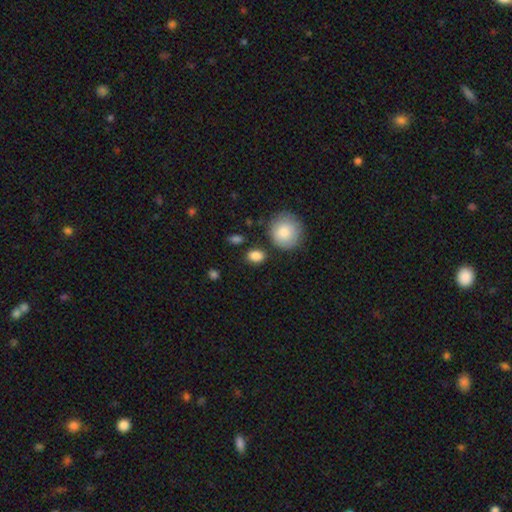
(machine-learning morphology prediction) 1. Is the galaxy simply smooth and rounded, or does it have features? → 86% smooth, 9% star or artifact, 5% featured or disk.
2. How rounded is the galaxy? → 61% in between, 38% round, 2% cigar-shaped.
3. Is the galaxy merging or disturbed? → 78% none, 12% minor disturbance, 6% merger, 4% major disturbance.